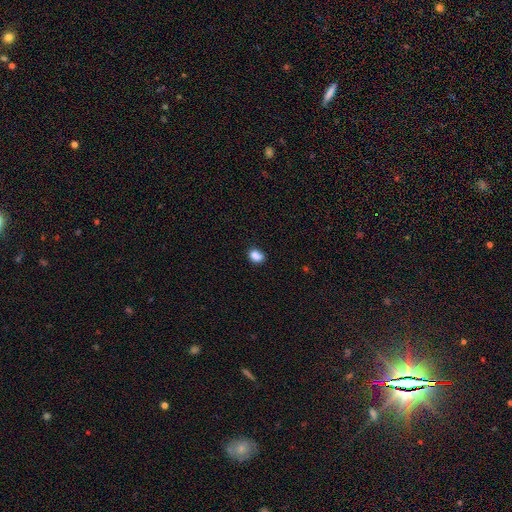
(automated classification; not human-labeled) Morphology: type=smooth (85%); roundness=in between (64%); merging=none (74%).